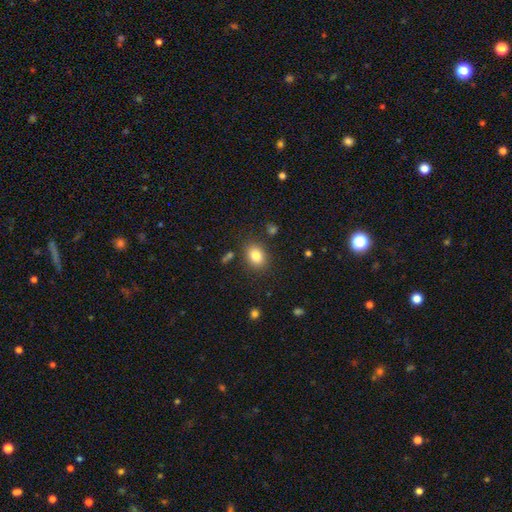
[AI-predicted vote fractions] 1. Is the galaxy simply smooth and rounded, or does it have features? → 82% smooth, 10% star or artifact, 8% featured or disk.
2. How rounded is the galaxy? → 60% in between, 39% round, 1% cigar-shaped.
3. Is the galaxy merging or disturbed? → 83% none, 10% minor disturbance, 3% major disturbance, 3% merger.